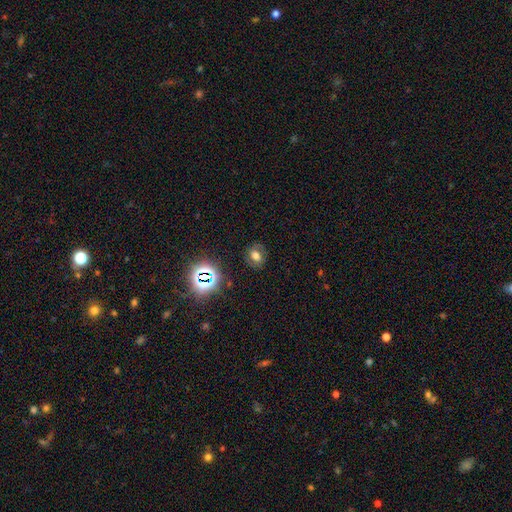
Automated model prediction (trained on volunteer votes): Smooth or featured?
  - smooth: 53% *
  - star or artifact: 24%
  - featured or disk: 24%
How rounded?
  - in between: 49% * (tied)
  - round: 49% * (tied)
  - cigar-shaped: 1%
Merging?
  - none: 80% *
  - minor disturbance: 13%
  - major disturbance: 5%
  - merger: 1%